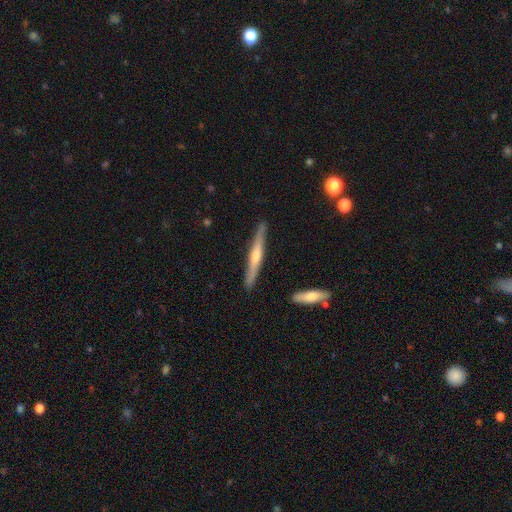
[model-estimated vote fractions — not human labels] Smooth or featured? featured or disk (67%)
Edge-on disk? yes (97%)
Edge-on bulge? rounded (82%)
Merging? none (88%)